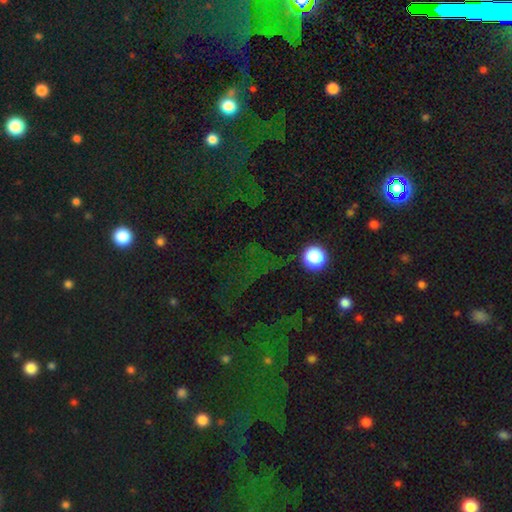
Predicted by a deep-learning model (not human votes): A star or artifact, not a galaxy (64%).